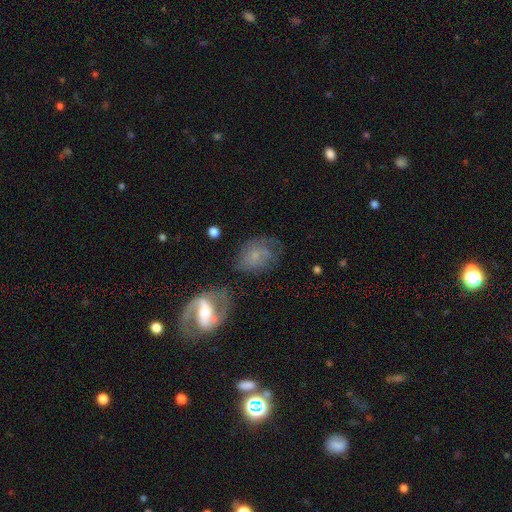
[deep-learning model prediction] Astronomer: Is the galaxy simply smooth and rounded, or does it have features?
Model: featured or disk — 58%.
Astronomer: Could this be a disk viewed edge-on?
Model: no — 96%.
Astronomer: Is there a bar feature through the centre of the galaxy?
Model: no — 64%.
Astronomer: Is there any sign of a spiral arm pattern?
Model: yes — 83%.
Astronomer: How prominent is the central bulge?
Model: small — 68%.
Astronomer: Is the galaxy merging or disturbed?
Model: none — 51%.